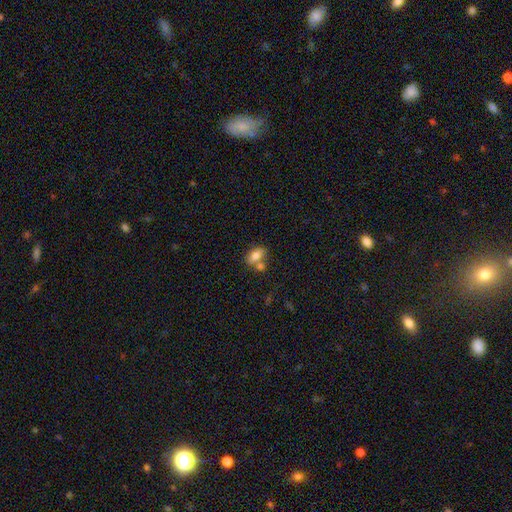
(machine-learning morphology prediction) type=smooth (76%); roundness=in between (82%); merging=none (47%).